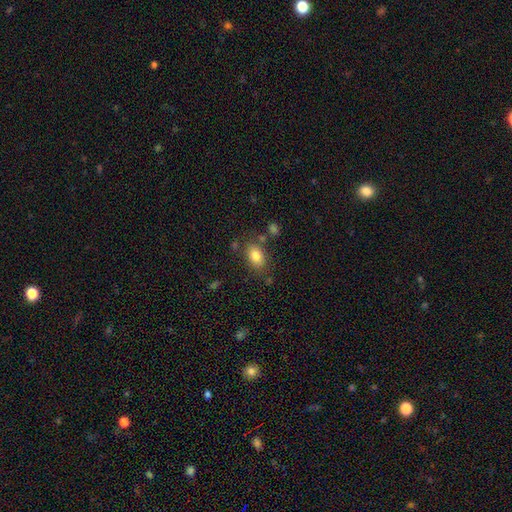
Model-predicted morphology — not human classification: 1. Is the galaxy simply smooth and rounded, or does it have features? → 83% smooth, 9% star or artifact, 8% featured or disk.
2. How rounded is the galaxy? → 84% in between, 14% round, 1% cigar-shaped.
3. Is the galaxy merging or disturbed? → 76% none, 14% minor disturbance, 6% merger, 4% major disturbance.